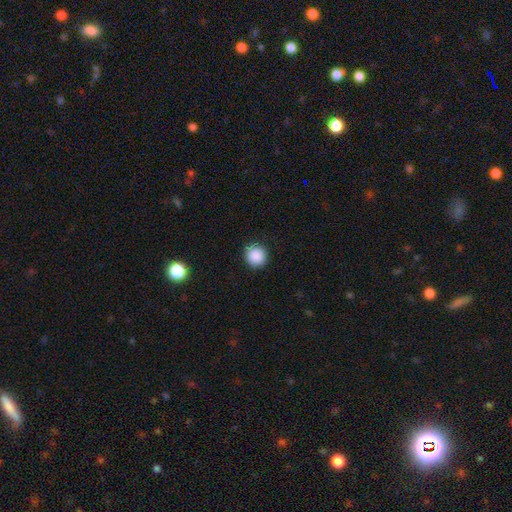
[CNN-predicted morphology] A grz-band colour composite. It shows a smooth galaxy with no disk features (88%) that is round (93%). Merging: none (89%).